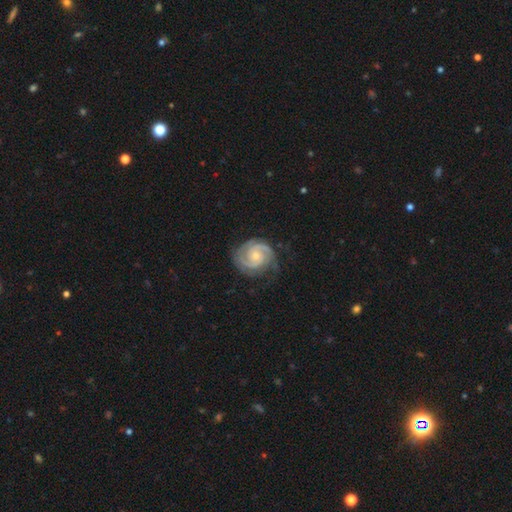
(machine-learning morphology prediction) Smooth or featured: featured or disk — 91% (smooth — 5%)
Edge-on disk: no — 98% (yes — 2%)
Bar: no — 68% (weak — 27%)
Spiral arms: yes — 98% (no — 2%)
Spiral winding: tight — 67% (medium — 29%)
Spiral arm count: 2 — 70% (3 — 16%)
Bulge size: small — 59% (moderate — 36%)
Merging: none — 74% (minor disturbance — 18%)